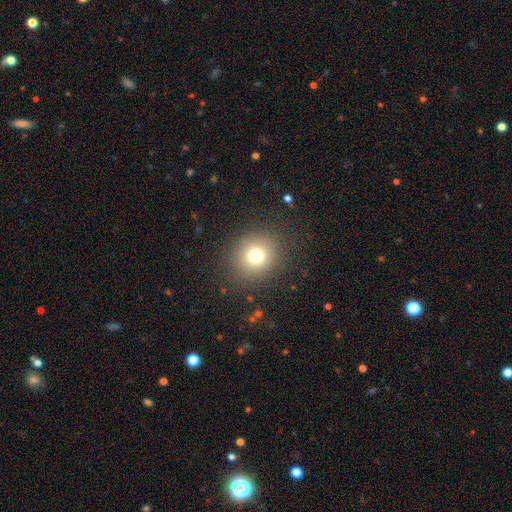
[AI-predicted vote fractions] A smooth galaxy with no disk features (73%) that is round (82%). Merging: none (86%).